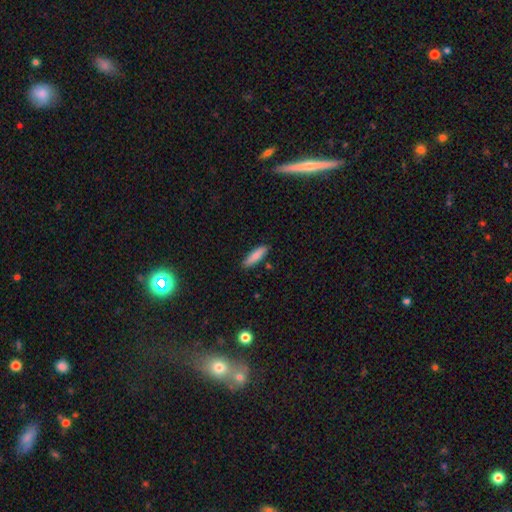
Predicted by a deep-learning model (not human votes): A smooth galaxy with no disk features (84%) that is cigar-shaped (60%). Merging: none (87%).